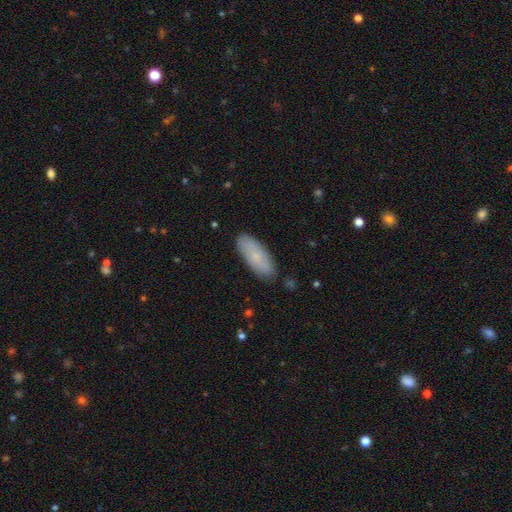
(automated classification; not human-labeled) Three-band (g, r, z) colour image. It shows a smooth galaxy with no disk features (75%) that is in between round and cigar-shaped (75%). Merging: none (84%).